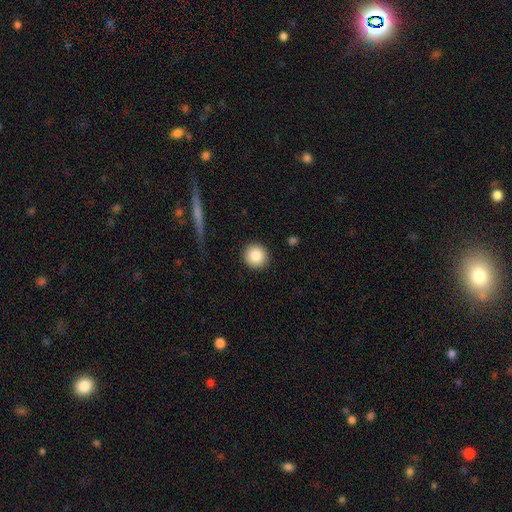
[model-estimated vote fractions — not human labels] A smooth galaxy with no disk features (86%) that is round (93%).

Vote fractions:
- Smooth or featured? smooth: 86% / star or artifact: 8% / featured or disk: 6%
- How rounded? round: 93% / in between: 6% / cigar-shaped: 1%
- Merging? none: 91% / minor disturbance: 6% / major disturbance: 2% / merger: 1%